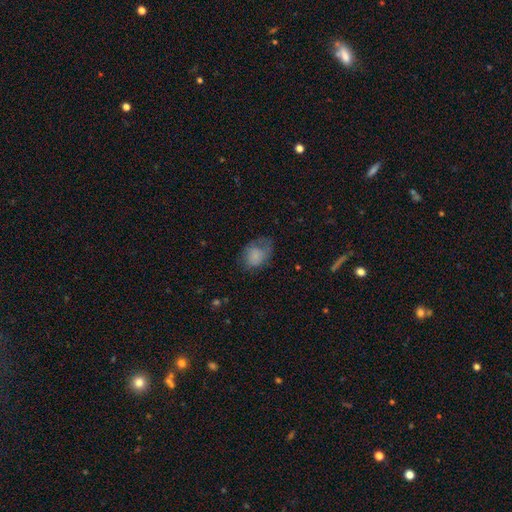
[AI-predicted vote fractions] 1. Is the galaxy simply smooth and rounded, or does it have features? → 74% smooth, 16% featured or disk, 10% star or artifact.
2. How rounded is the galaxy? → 66% in between, 33% round, 1% cigar-shaped.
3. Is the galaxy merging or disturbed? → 42% none, 31% minor disturbance, 25% major disturbance, 2% merger.